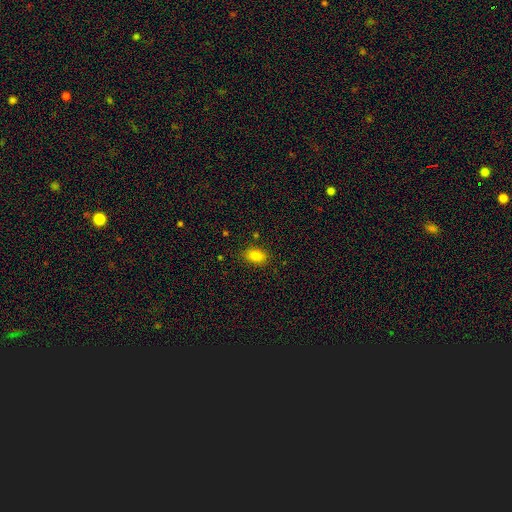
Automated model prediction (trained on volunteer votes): This appears to be a smooth galaxy with no disk features (84%) that is in between round and cigar-shaped (85%). Merging: none (85%).